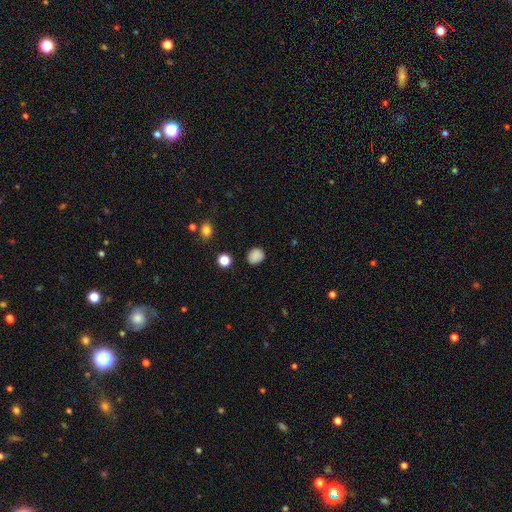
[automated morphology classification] Smooth or featured? Predicted: smooth (p=0.85). How rounded? Predicted: round (p=0.62). Merging? Predicted: none (p=0.84).